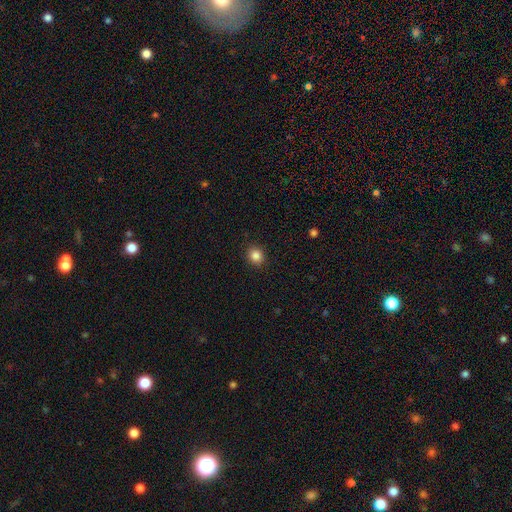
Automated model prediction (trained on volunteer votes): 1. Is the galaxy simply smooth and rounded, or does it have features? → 85% smooth, 11% star or artifact, 4% featured or disk.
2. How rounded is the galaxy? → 81% round, 18% in between, 1% cigar-shaped.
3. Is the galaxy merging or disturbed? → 91% none, 6% minor disturbance, 2% major disturbance, 1% merger.